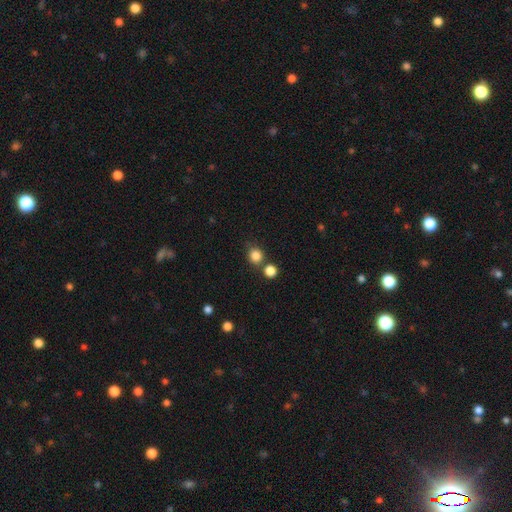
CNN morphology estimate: The model was most divided on "merging": none: 69%, merger: 17%, minor disturbance: 11%, major disturbance: 4%. More confident: how rounded — round (84%); smooth or featured — smooth (83%).